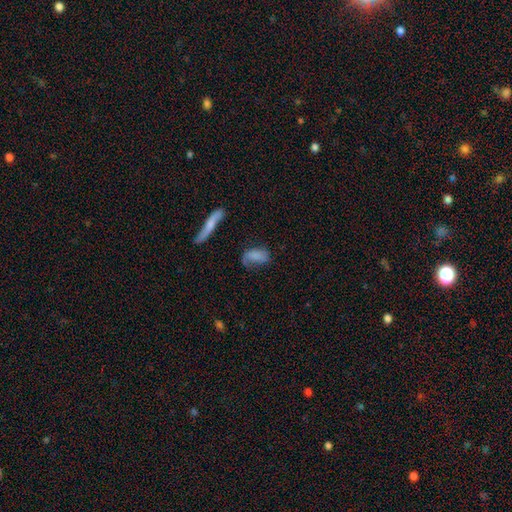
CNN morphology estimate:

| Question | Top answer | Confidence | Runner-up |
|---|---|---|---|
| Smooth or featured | smooth | 67% | featured or disk (23%) |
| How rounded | in between | 85% | cigar-shaped (8%) |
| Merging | none | 42% | minor disturbance (30%) |